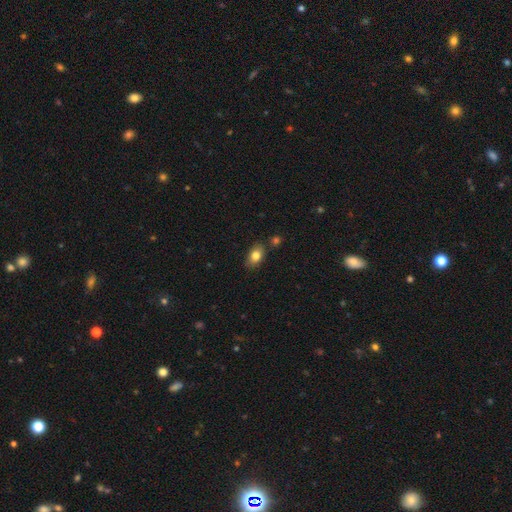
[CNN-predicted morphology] Overall: smooth (81%). How rounded: in between (83%). Merging: none (78%).